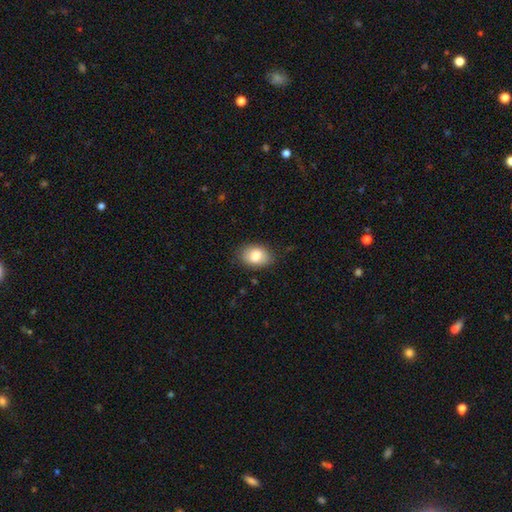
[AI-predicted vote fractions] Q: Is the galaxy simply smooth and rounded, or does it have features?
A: smooth — 83%.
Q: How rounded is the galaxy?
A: in between — 82%.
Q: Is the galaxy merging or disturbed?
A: none — 83%.